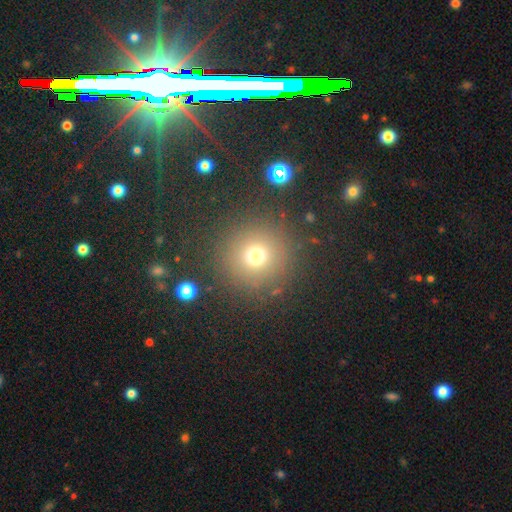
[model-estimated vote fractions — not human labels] This is likely a smooth galaxy (71%). How rounded: clearly round (95%). Merging: clearly none (86%).